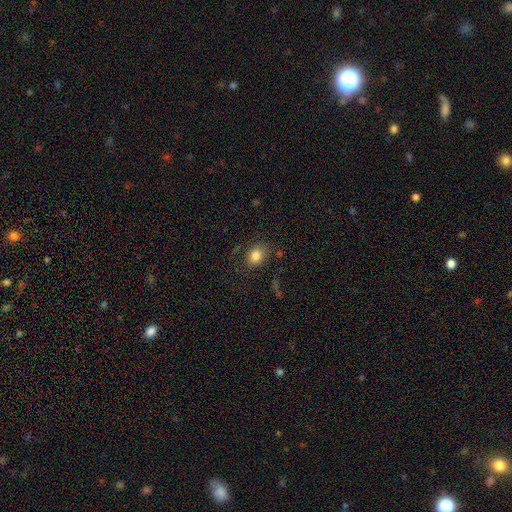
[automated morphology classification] Overall: smooth (82%). How rounded: in between (54%; round 45%). Merging: none (80%).